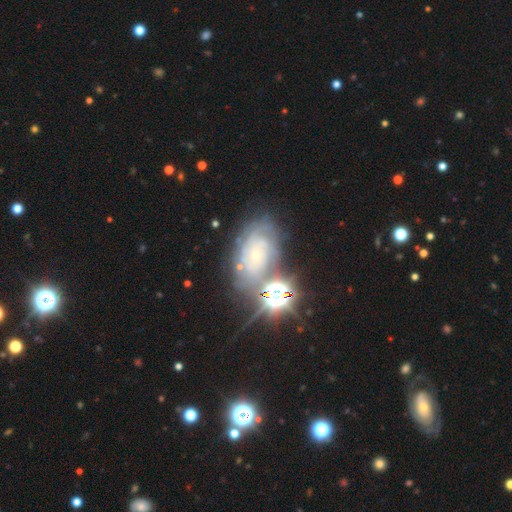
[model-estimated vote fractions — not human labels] The model was most divided on "smooth or featured": featured or disk: 64%, star or artifact: 23%, smooth: 13%. More confident: edge-on disk — no (95%); spiral arms — yes (88%); bulge size — small (82%); bar — no (80%); spiral winding — tight (75%); merging — none (60%); spiral arm count — can't tell (54%).